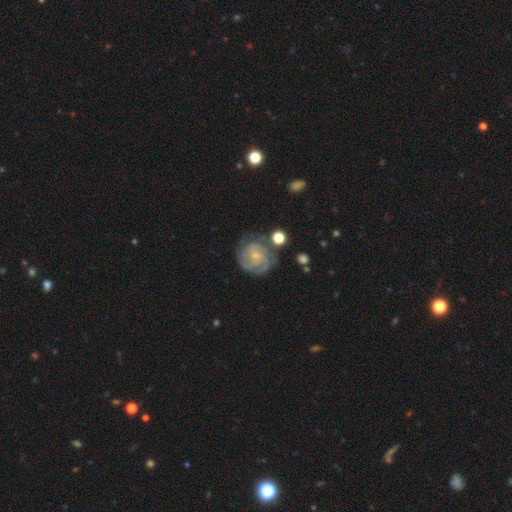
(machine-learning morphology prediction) Q: Smooth or featured?
A: featured or disk (82%); runner-up: smooth (12%)
Q: Edge-on disk?
A: no (98%); runner-up: yes (2%)
Q: Bar?
A: no (67%); runner-up: weak (28%)
Q: Spiral arms?
A: yes (96%); runner-up: no (4%)
Q: Spiral winding?
A: tight (65%); runner-up: medium (29%)
Q: Spiral arm count?
A: 3 (36%); runner-up: can't tell (21%)
Q: Bulge size?
A: small (78%); runner-up: moderate (14%)
Q: Merging?
A: none (71%); runner-up: minor disturbance (18%)